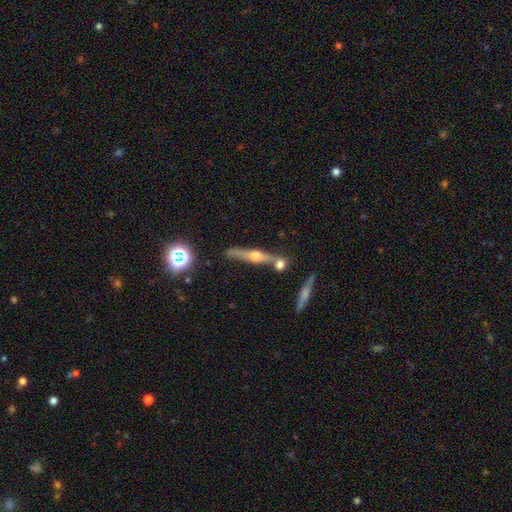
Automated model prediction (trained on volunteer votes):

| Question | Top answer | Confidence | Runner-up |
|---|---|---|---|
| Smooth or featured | featured or disk | 72% | smooth (19%) |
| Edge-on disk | yes | 96% | no (4%) |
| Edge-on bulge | rounded | 92% | boxy (5%) |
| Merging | none | 73% | merger (13%) |